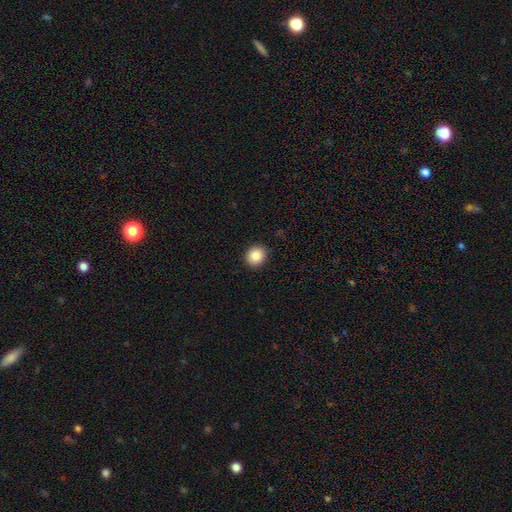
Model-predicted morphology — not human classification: Smooth or featured?
  - smooth: 85% *
  - star or artifact: 9%
  - featured or disk: 6%
How rounded?
  - round: 82% *
  - in between: 17%
  - cigar-shaped: 1%
Merging?
  - none: 91% *
  - minor disturbance: 6%
  - major disturbance: 2%
  - merger: 1%